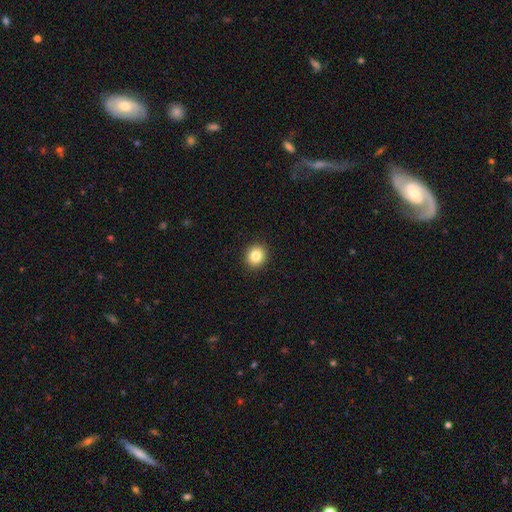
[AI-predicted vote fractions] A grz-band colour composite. It shows a smooth galaxy with no disk features (84%) that is round (78%). Merging: none (92%).